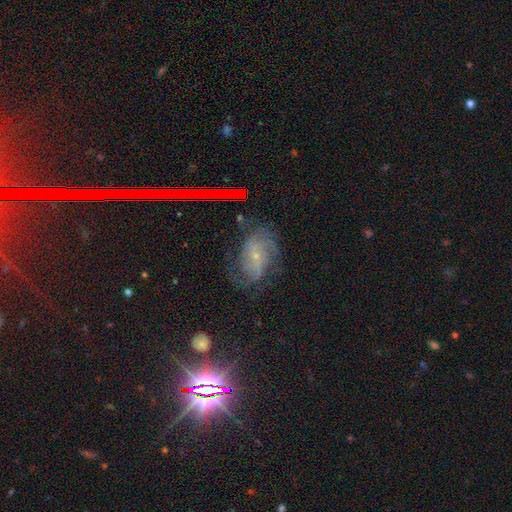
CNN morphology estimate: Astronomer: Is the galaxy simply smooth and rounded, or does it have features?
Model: featured or disk — 69%.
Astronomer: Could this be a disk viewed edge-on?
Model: no — 94%.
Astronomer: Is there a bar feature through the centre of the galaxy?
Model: no — 52% (runner-up: weak, 35%).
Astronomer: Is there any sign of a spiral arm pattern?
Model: yes — 91%.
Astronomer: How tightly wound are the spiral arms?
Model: medium — 41%, tied with tight at 41%.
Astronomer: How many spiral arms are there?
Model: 2 — 38% (runner-up: can't tell, 33%).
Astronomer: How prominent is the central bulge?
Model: small — 77%.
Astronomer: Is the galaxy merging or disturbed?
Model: none — 65%.